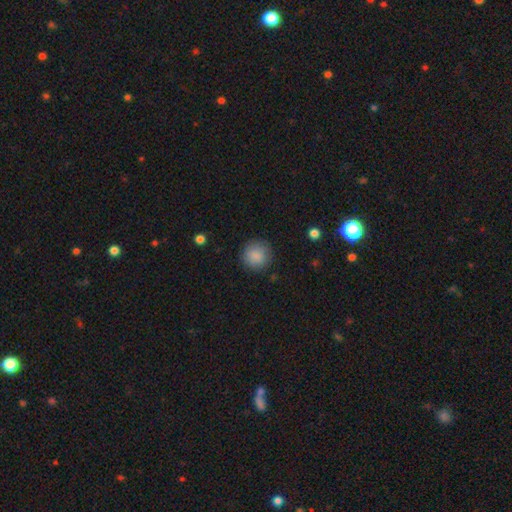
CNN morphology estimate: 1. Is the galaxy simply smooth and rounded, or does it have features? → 87% smooth, 8% star or artifact, 6% featured or disk.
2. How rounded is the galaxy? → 92% round, 7% in between, 1% cigar-shaped.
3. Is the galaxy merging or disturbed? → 86% none, 10% minor disturbance, 3% major disturbance, 1% merger.